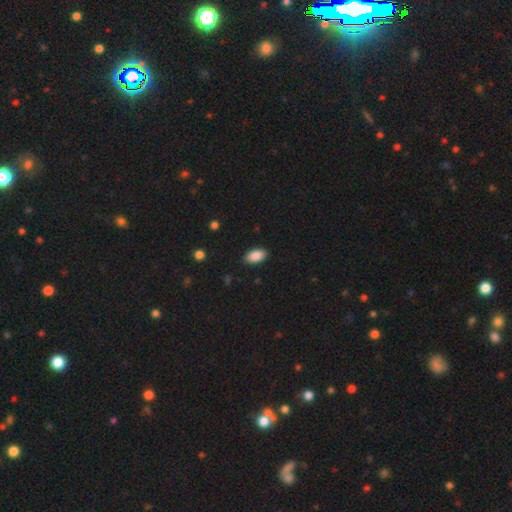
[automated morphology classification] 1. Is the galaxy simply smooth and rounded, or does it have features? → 88% smooth, 7% star or artifact, 4% featured or disk.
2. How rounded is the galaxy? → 94% in between, 4% round, 3% cigar-shaped.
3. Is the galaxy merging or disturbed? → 87% none, 10% minor disturbance, 2% major disturbance, 1% merger.